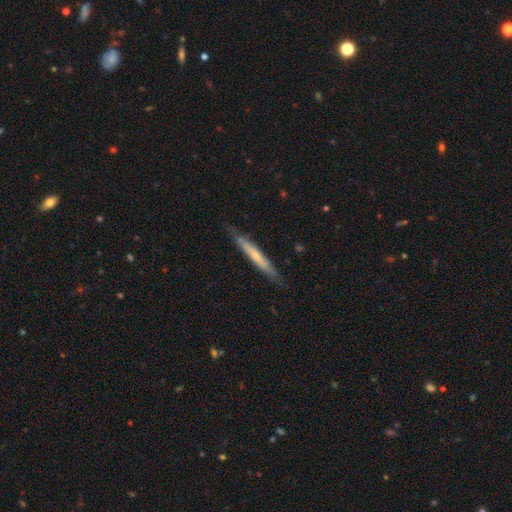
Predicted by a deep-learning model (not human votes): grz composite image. It shows a featured or disk galaxy (50%) viewed edge-on (88%). Merging: none (79%).